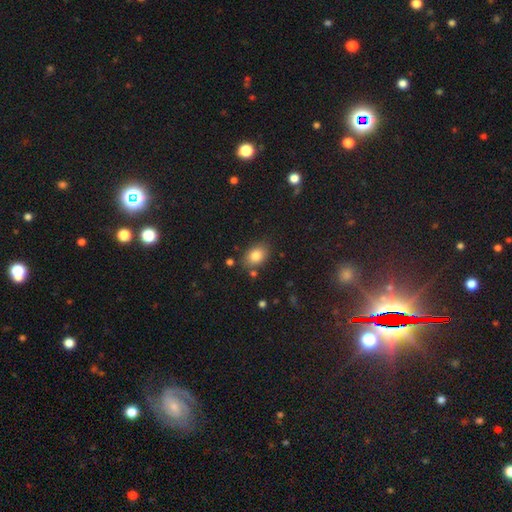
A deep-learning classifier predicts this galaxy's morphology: Q: Smooth or featured?
A: smooth (82%); runner-up: star or artifact (10%)
Q: How rounded?
A: in between (73%); runner-up: round (25%)
Q: Merging?
A: none (79%); runner-up: minor disturbance (13%)